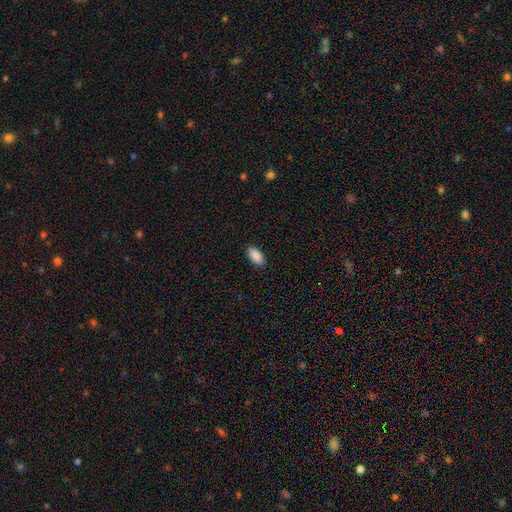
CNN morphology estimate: type=smooth (90%); roundness=in between (95%); merging=none (89%).